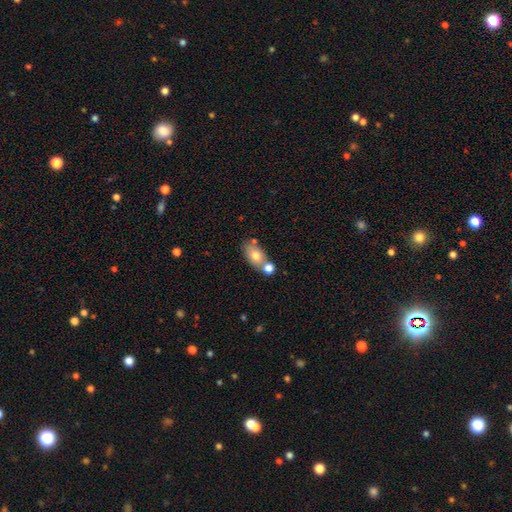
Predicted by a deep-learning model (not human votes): Smooth or featured: smooth — 72% (featured or disk — 20%)
How rounded: in between — 84% (round — 13%)
Merging: none — 54% (merger — 30%)